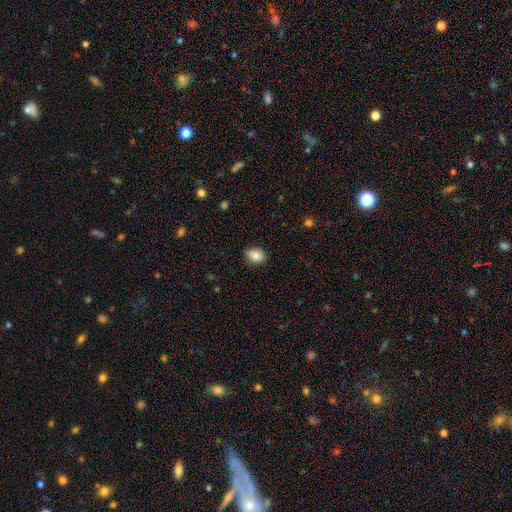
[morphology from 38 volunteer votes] Q: Smooth or featured?
A: smooth (84%); runner-up: featured or disk (11%)
Q: How rounded?
A: in between (62%); runner-up: round (38%)
Q: Merging?
A: none (89%); runner-up: minor disturbance (6%)